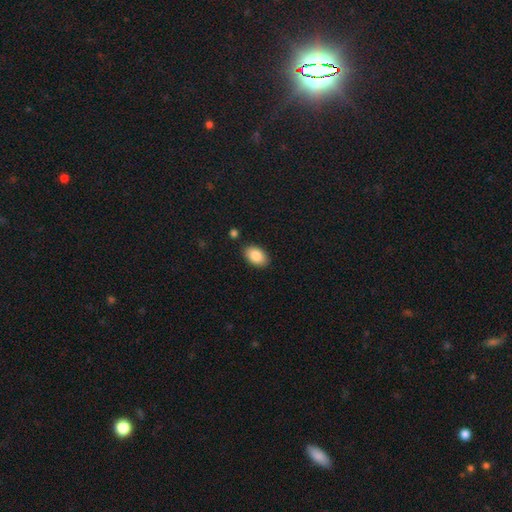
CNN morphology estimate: A smooth galaxy with no disk features (87%) that is in between round and cigar-shaped (93%). Merging: none (87%).